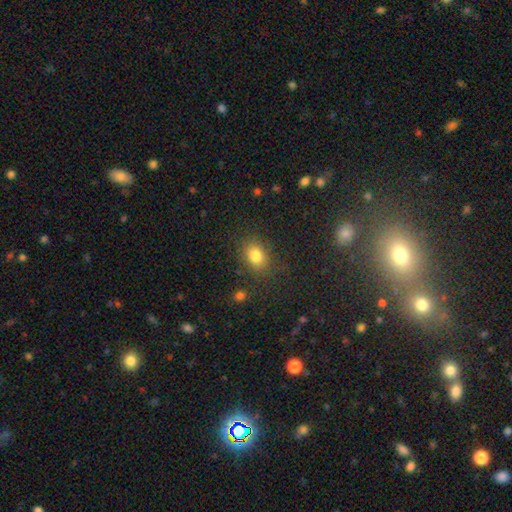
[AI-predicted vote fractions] A smooth galaxy with no disk features (80%) that is in between round and cigar-shaped (55%). Merging: none (81%).